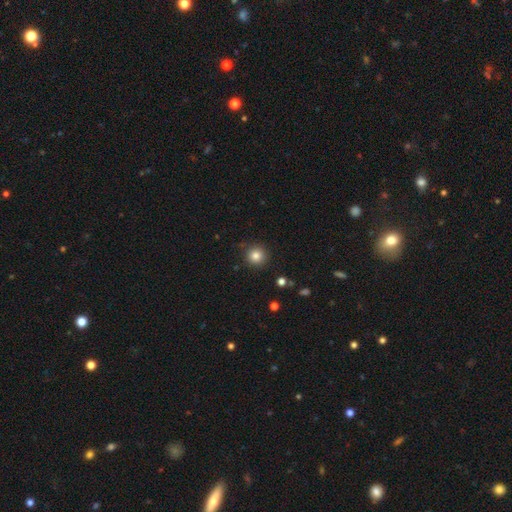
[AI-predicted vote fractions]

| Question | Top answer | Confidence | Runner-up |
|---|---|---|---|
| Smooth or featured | smooth | 83% | star or artifact (11%) |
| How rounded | round | 94% | in between (5%) |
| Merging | none | 88% | minor disturbance (8%) |